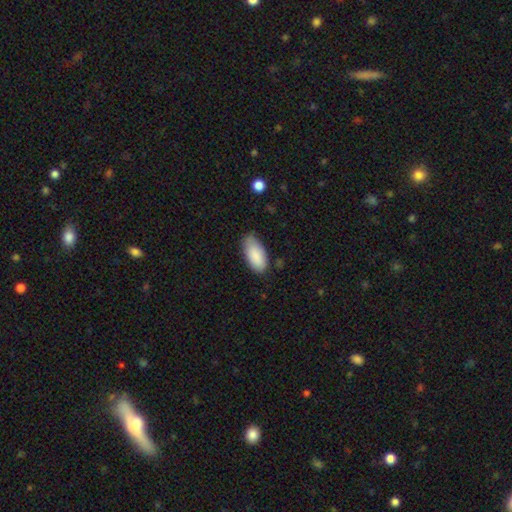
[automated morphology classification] smooth_or_featured: smooth (p=0.88) [alt: featured or disk p=0.06]
how_rounded: in between (p=0.92) [alt: cigar-shaped p=0.06]
merging: none (p=0.71) [alt: minor disturbance p=0.23]